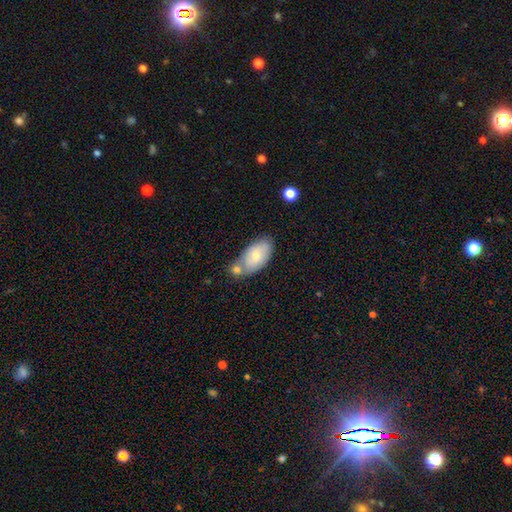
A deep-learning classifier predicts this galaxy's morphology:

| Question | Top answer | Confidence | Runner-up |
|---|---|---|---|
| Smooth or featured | smooth | 69% | featured or disk (25%) |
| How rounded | in between | 93% | round (4%) |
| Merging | none | 48% | merger (28%) |